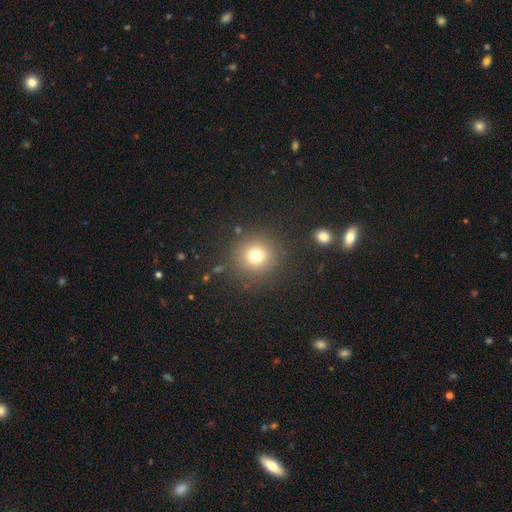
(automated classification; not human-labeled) smooth 74%, star or artifact 16%, featured or disk 10%. Down the decision tree: how rounded — round (93%); merging — none (87%).